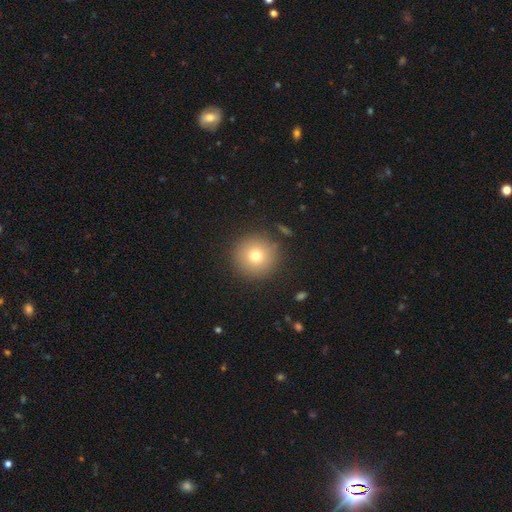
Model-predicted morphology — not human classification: Smooth or featured? smooth (75%)
How rounded? round (95%)
Merging? none (89%)